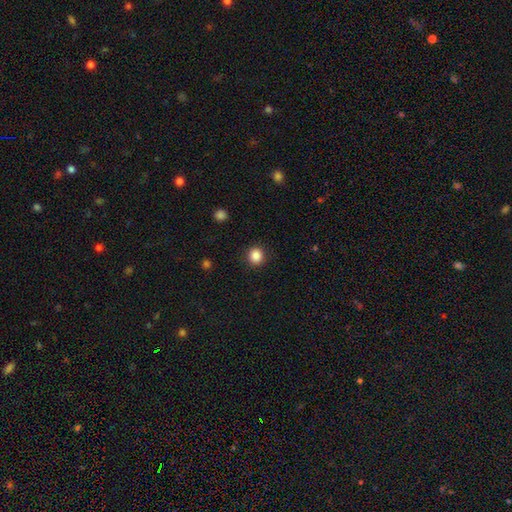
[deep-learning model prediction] Smooth or featured: smooth — 86% (star or artifact — 11%)
How rounded: round — 90% (in between — 9%)
Merging: none — 91% (minor disturbance — 6%)